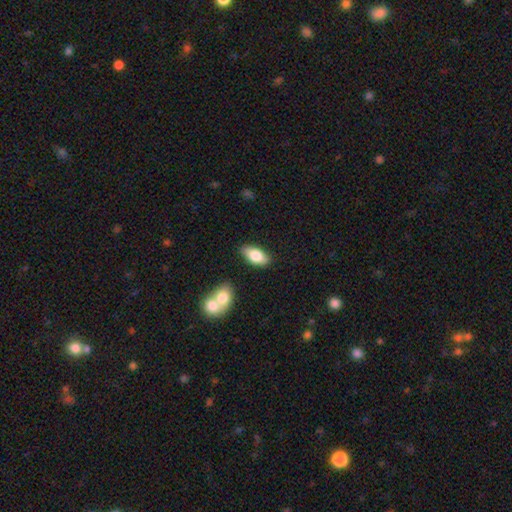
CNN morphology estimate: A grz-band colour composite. It shows a smooth galaxy with no disk features (78%) that is in between round and cigar-shaped (88%). Merging: none (82%).